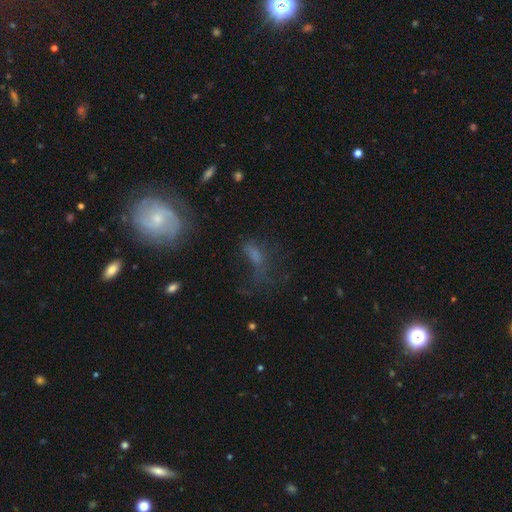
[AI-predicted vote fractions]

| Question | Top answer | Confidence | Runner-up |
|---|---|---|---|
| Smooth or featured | smooth | 47% | featured or disk (32%) |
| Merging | major disturbance | 39% | none (34%) |